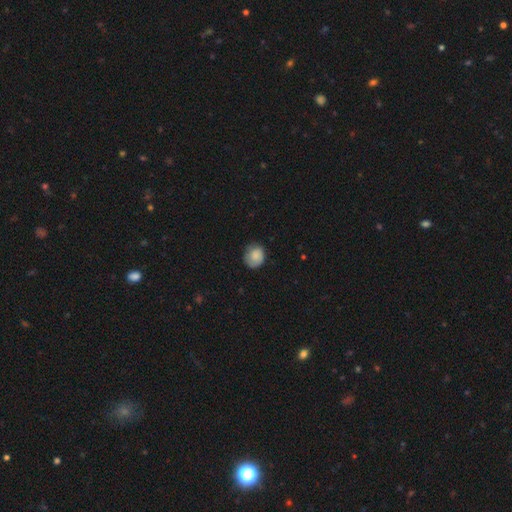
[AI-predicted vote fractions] A smooth galaxy with no disk features (81%) that is round (77%). Merging: none (71%).